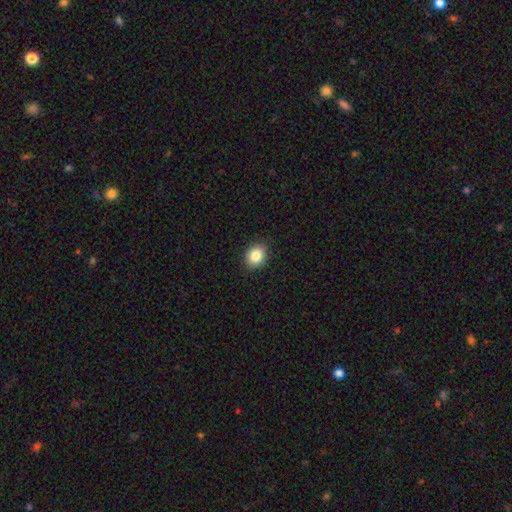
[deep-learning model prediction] Q: Smooth or featured?
A: smooth (85%); runner-up: star or artifact (9%)
Q: How rounded?
A: round (51%); runner-up: in between (48%)
Q: Merging?
A: none (90%); runner-up: minor disturbance (7%)